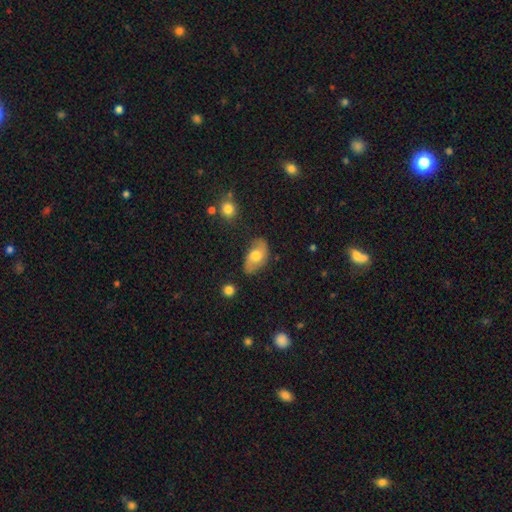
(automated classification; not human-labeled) Smooth or featured: smooth — 49% (featured or disk — 44%)
Merging: none — 71% (minor disturbance — 21%)